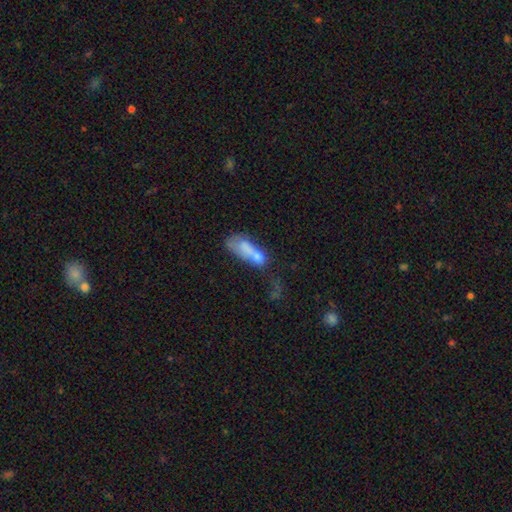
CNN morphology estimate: This is possibly a smooth galaxy (59%). How rounded: likely in between (65%). Merging: possibly merger (47%).